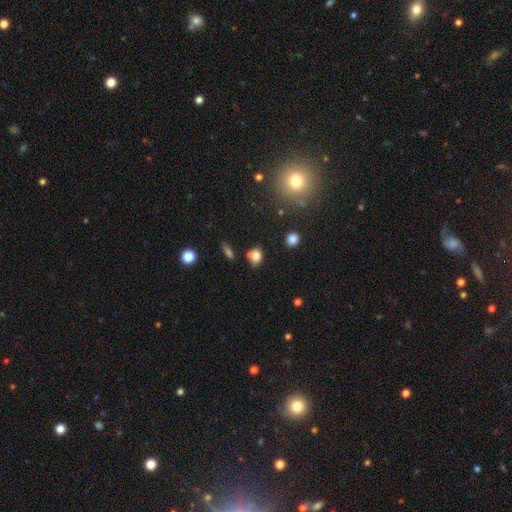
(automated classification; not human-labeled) Q: Smooth or featured?
A: smooth (76%); runner-up: star or artifact (12%)
Q: How rounded?
A: in between (57%); runner-up: round (41%)
Q: Merging?
A: none (51%); runner-up: merger (27%)